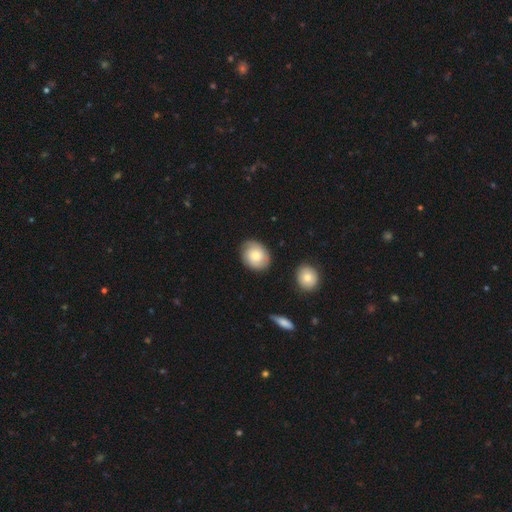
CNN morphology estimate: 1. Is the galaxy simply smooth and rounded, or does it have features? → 58% smooth, 35% featured or disk, 7% star or artifact.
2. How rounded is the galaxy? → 55% round, 44% in between, 1% cigar-shaped.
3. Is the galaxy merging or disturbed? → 83% none, 12% minor disturbance, 3% major disturbance, 2% merger.